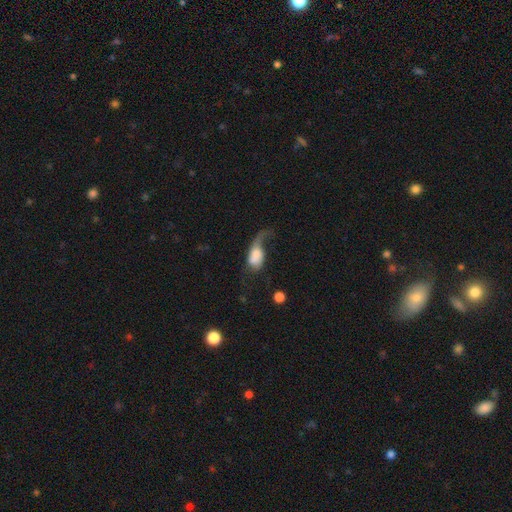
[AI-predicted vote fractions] smooth_or_featured: smooth (p=0.56) [alt: featured or disk p=0.35]
how_rounded: in between (p=0.83) [alt: round p=0.12]
merging: major disturbance (p=0.58) [alt: minor disturbance p=0.17]